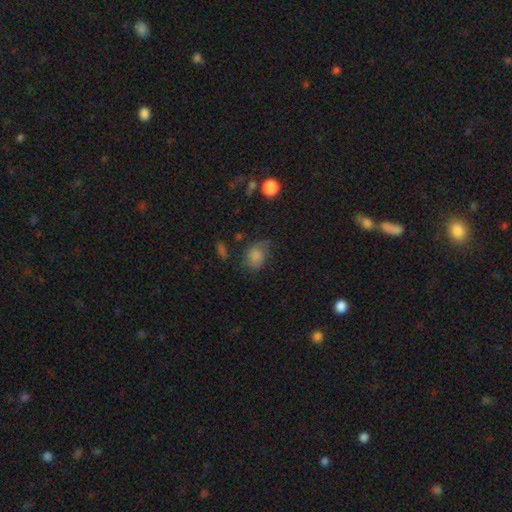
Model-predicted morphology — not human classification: Q: Smooth or featured?
A: smooth (76%); runner-up: featured or disk (13%)
Q: How rounded?
A: in between (55%); runner-up: round (44%)
Q: Merging?
A: none (51%); runner-up: minor disturbance (31%)